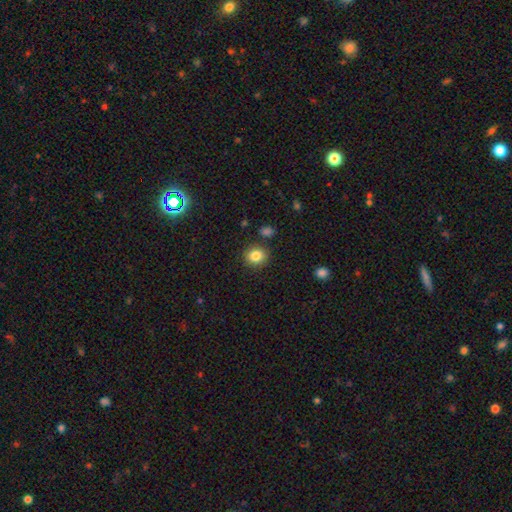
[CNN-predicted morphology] smooth-or-featured: smooth: 84% | star or artifact: 10% | featured or disk: 6%
  how-rounded: round: 77% | in between: 22% | cigar-shaped: 1%
  merging: none: 85% | minor disturbance: 8% | merger: 4% | major disturbance: 3%